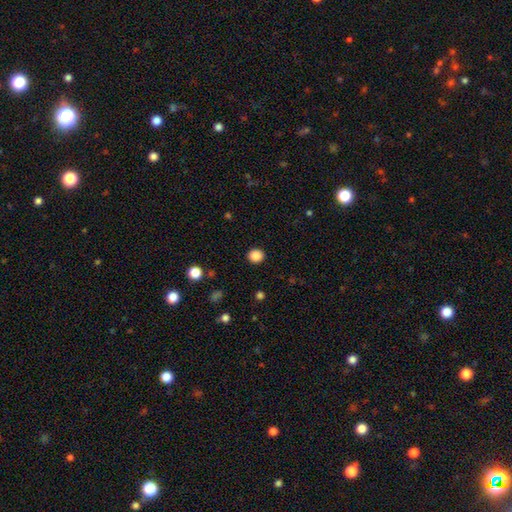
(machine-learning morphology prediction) smooth 87%, star or artifact 10%, featured or disk 3%. Down the decision tree: how rounded — round (83%); merging — none (91%).